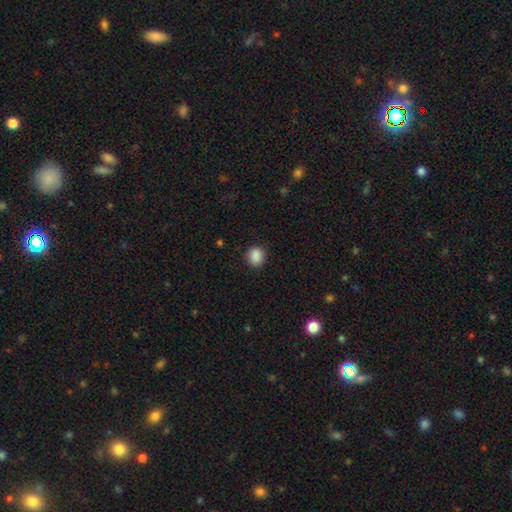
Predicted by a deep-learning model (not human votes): Overall: smooth (89%). How rounded: round (73%). Merging: none (88%).